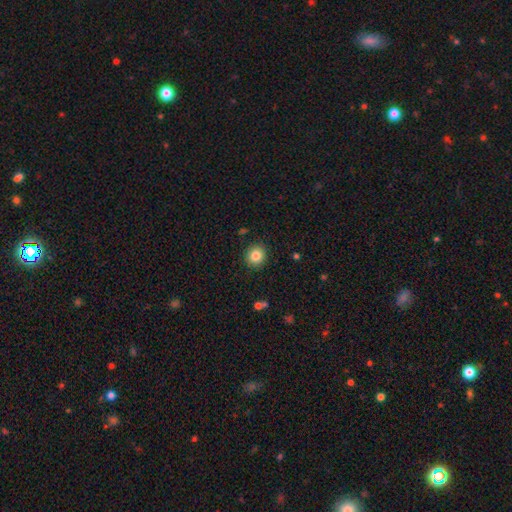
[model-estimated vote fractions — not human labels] Smooth or featured: smooth — 84% (star or artifact — 10%)
How rounded: round — 88% (in between — 12%)
Merging: none — 90% (minor disturbance — 7%)